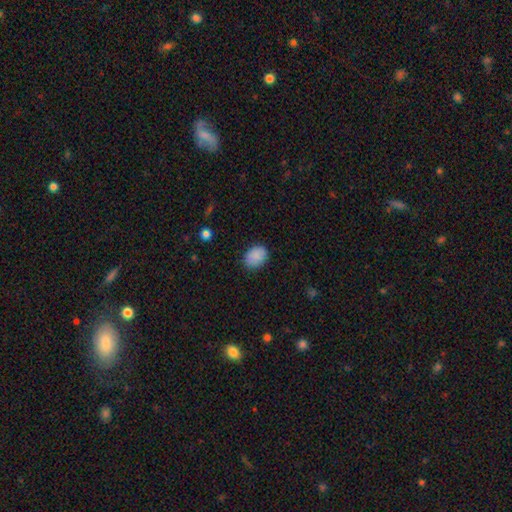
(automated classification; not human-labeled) Smooth or featured?
  - smooth: 89% *
  - star or artifact: 8%
  - featured or disk: 4%
How rounded?
  - in between: 70% *
  - round: 29%
  - cigar-shaped: 1%
Merging?
  - none: 82% *
  - minor disturbance: 14%
  - major disturbance: 3%
  - merger: 1%